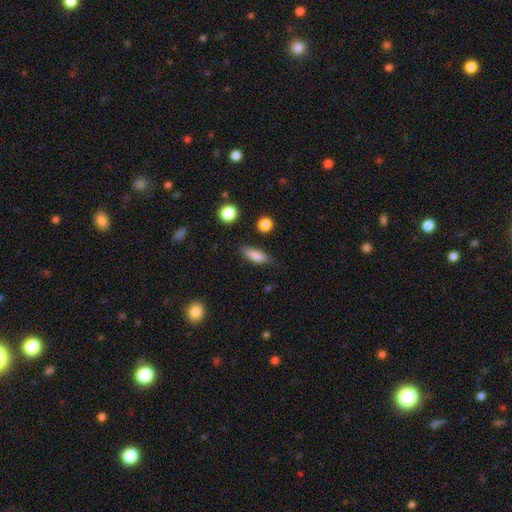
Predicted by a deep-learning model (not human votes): The model was most divided on "how rounded": in between: 67%, cigar-shaped: 29%, round: 4%. More confident: smooth or featured — smooth (83%); merging — none (72%).